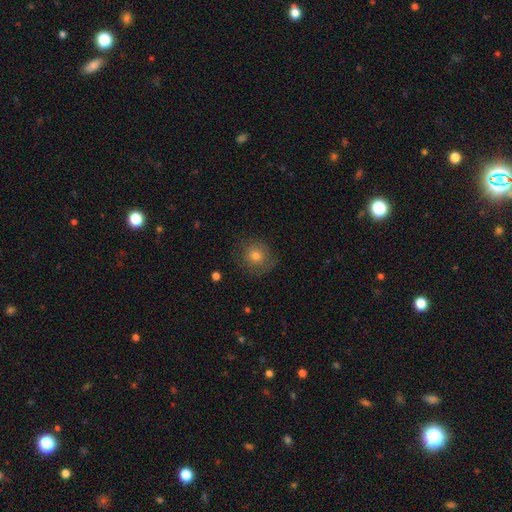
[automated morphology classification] type=smooth (71%); roundness=round (90%); merging=none (81%).